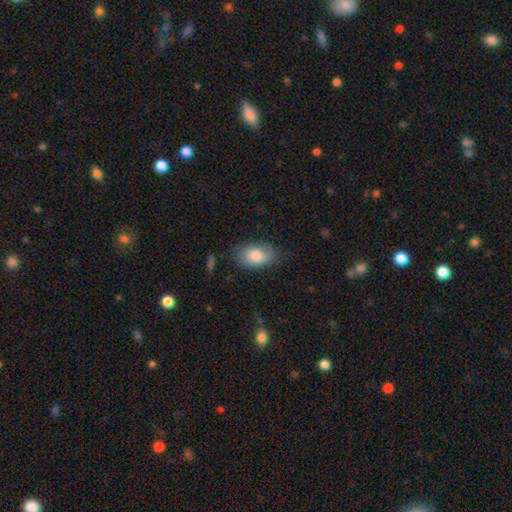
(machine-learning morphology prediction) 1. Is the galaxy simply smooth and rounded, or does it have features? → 80% smooth, 13% featured or disk, 7% star or artifact.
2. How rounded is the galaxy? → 90% in between, 8% round, 2% cigar-shaped.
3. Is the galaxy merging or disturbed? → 69% none, 23% minor disturbance, 6% major disturbance, 2% merger.